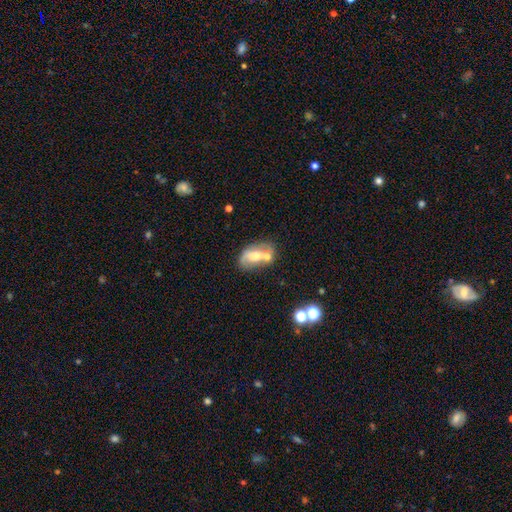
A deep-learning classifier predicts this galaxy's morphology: A featured or disk galaxy (52%). Merging: none (40%).